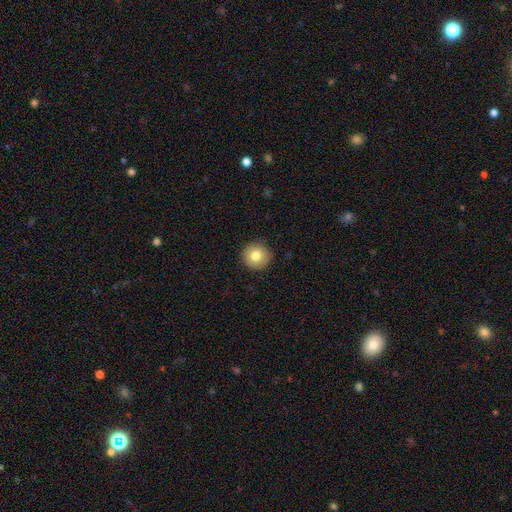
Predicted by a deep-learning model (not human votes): A smooth galaxy with no disk features (79%) that is round (95%). Merging: none (91%).